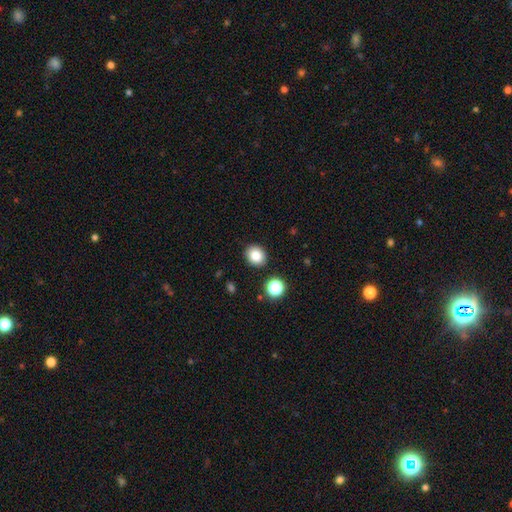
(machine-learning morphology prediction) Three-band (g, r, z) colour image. It shows a smooth galaxy with no disk features (85%) that is round (67%). Merging: none (87%).